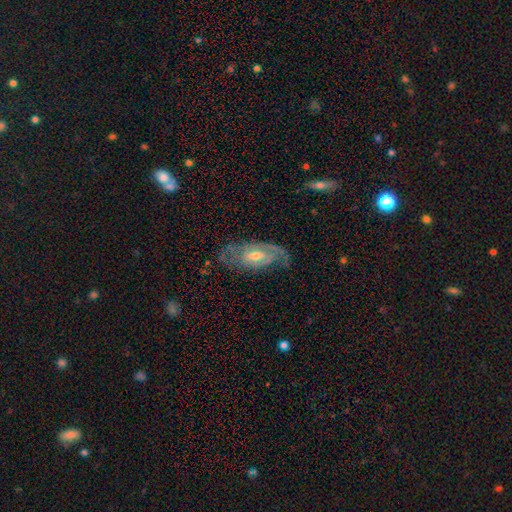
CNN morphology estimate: This is likely a featured or disk galaxy (79%). It is clearly not viewed edge-on (90%). Bar: possibly weak (46%). Spiral arm pattern: clearly yes (86%). Spiral arm count: marginally 2 (45%). Spiral winding: possibly tight (55%). Central bulge: likely moderate (62%). Merging: likely none (70%).